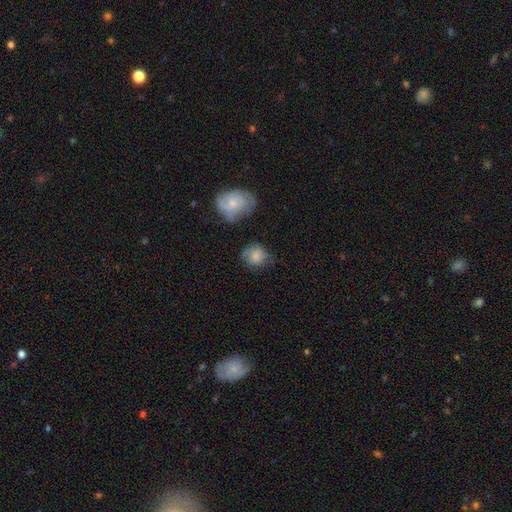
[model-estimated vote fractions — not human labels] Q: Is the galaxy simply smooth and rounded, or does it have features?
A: smooth — 77%.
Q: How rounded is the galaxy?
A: round — 76%.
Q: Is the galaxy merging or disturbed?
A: none — 60%.